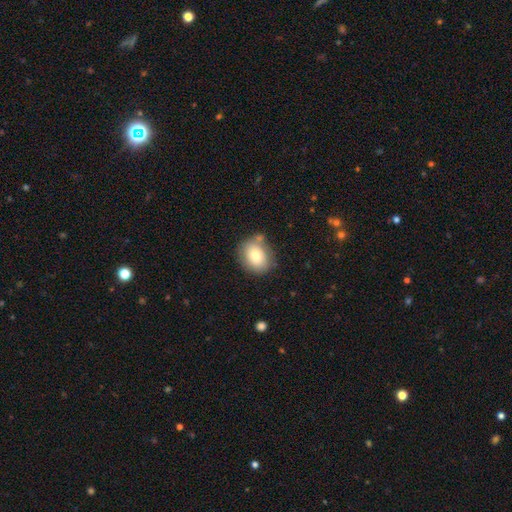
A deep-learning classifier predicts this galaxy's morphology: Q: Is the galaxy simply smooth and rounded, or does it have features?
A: smooth — 76%.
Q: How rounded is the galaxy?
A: round — 50%.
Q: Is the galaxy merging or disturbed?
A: none — 70%.